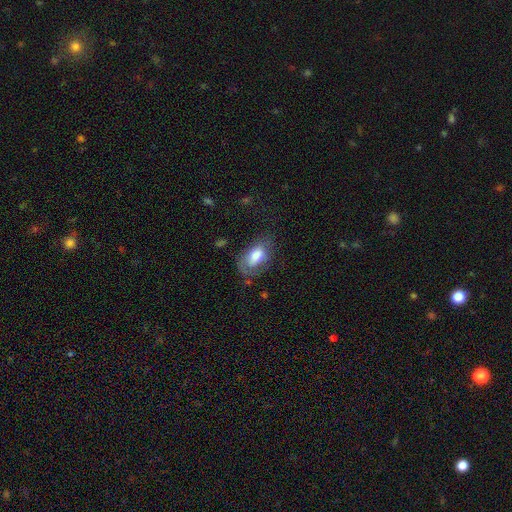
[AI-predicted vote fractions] Morphology: type=smooth (65%); roundness=in between (91%); merging=none (53%).